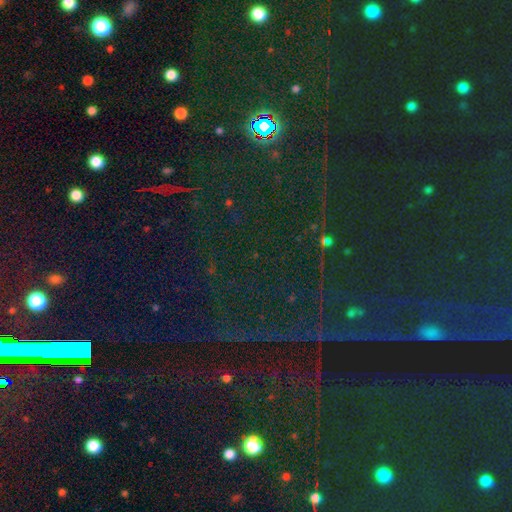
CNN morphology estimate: type=star or artifact (83%).